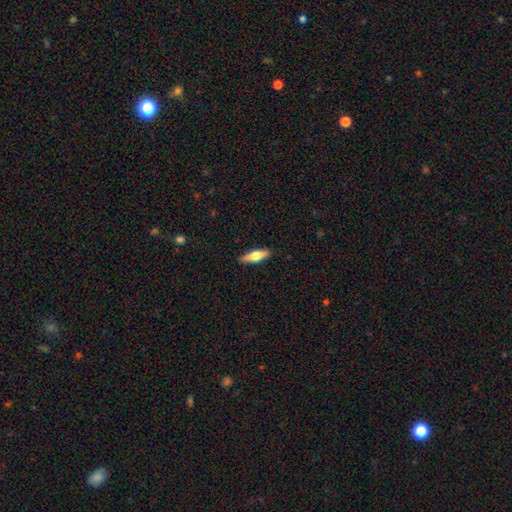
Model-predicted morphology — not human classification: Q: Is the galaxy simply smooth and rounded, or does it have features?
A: smooth — 49%.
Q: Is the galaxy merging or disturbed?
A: none — 89%.